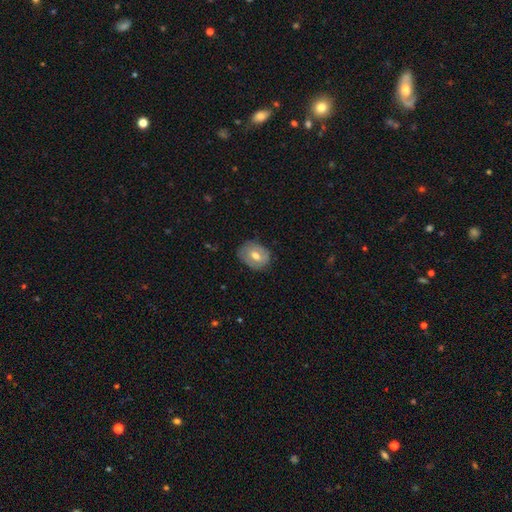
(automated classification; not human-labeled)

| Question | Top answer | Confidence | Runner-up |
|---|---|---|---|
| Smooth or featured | smooth | 54% | featured or disk (39%) |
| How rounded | in between | 59% | round (39%) |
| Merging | none | 73% | minor disturbance (21%) |